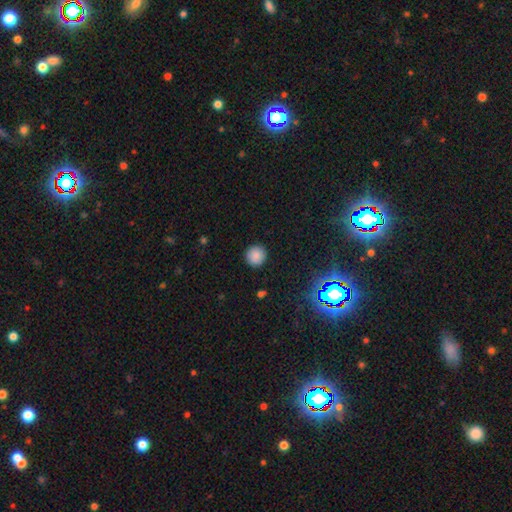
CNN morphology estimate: Smooth or featured: smooth — 84% (star or artifact — 12%)
How rounded: round — 95% (in between — 5%)
Merging: none — 91% (minor disturbance — 6%)